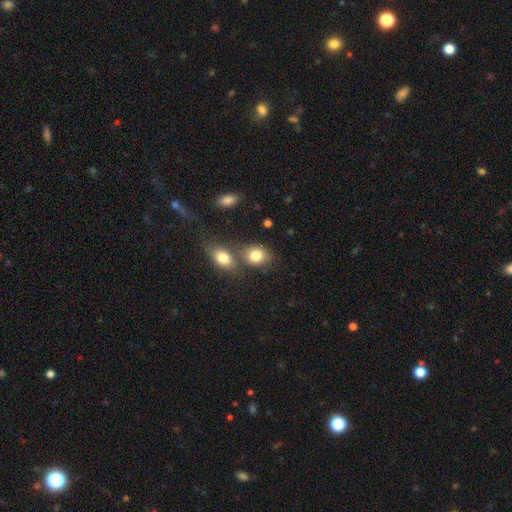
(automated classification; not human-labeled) The model was most divided on "merging": none: 50%, merger: 34%, minor disturbance: 12%, major disturbance: 5%. More confident: smooth or featured — smooth (82%); how rounded — in between (61%).